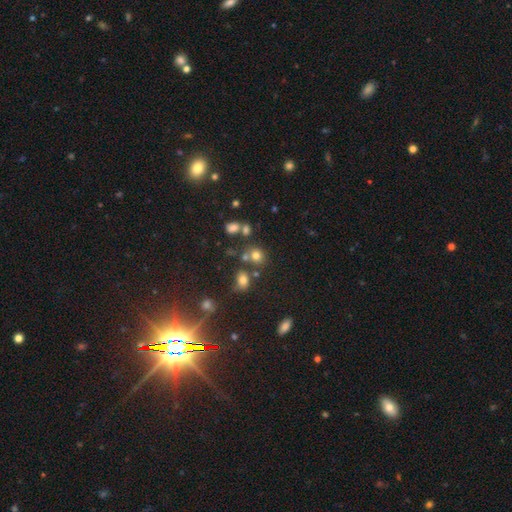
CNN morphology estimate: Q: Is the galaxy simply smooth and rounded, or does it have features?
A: smooth — 71%.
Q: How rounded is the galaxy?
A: round — 71%.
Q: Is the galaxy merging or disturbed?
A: none — 61%.